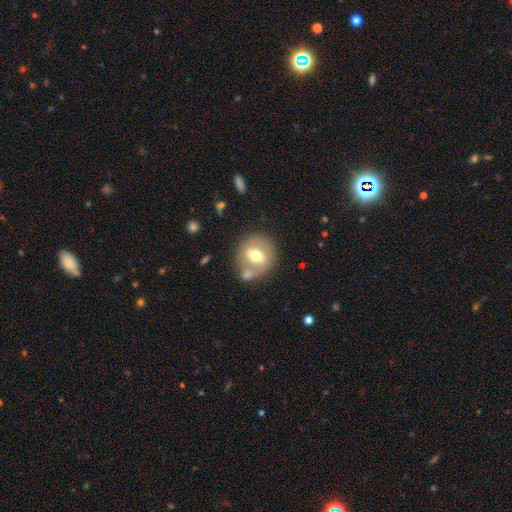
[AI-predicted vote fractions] A smooth galaxy with no disk features (55%) that is round (76%). Merging: none (61%).